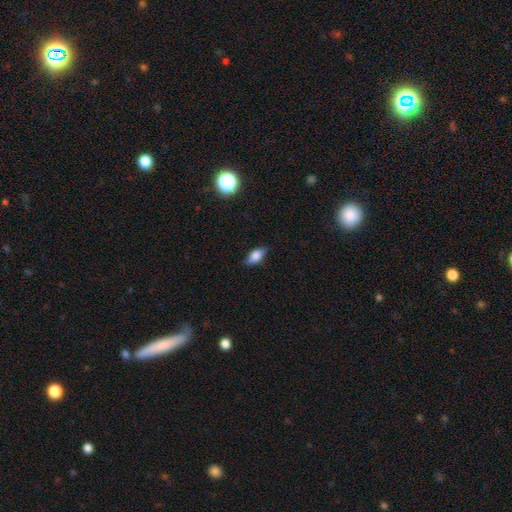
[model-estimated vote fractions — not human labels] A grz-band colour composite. It shows a smooth galaxy with no disk features (76%) that is in between round and cigar-shaped (85%). Merging: none (80%).